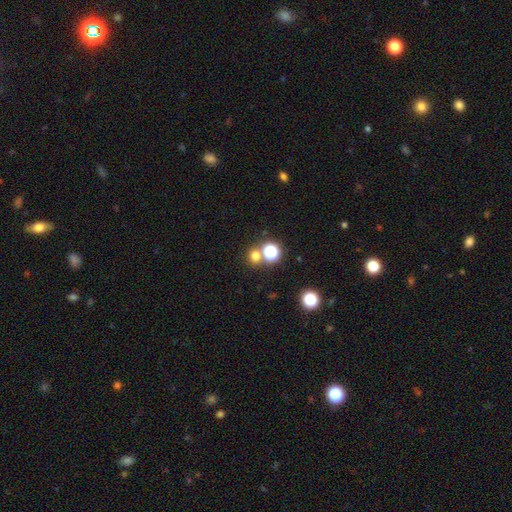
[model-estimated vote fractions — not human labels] Smooth or featured?
  - smooth: 68% *
  - star or artifact: 25%
  - featured or disk: 7%
How rounded?
  - round: 88% *
  - in between: 11%
  - cigar-shaped: 1%
Merging?
  - none: 66% *
  - merger: 25%
  - minor disturbance: 6%
  - major disturbance: 3%